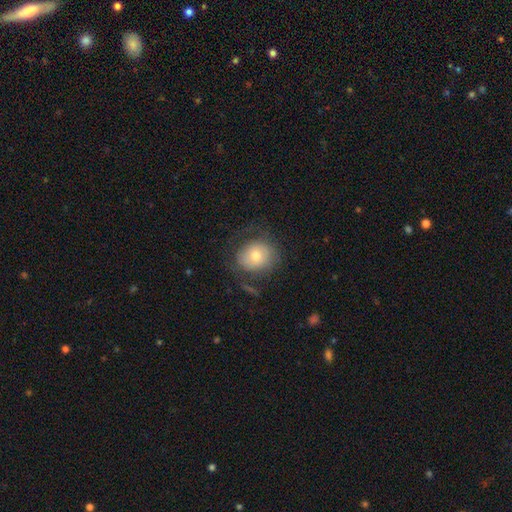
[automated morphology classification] type=smooth (61%); roundness=round (75%); merging=none (63%).